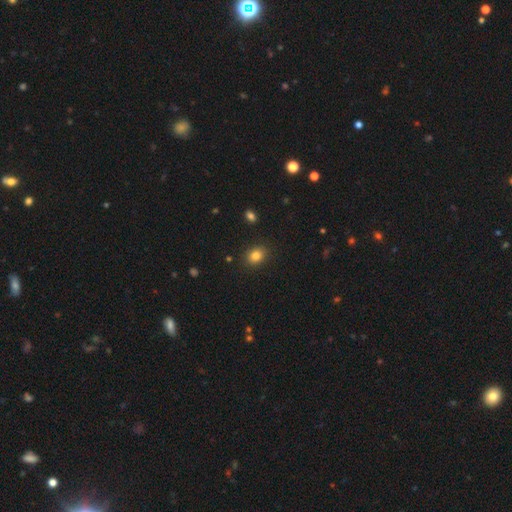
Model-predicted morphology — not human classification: Overall: smooth (83%). How rounded: in between (50%; round 49%). Merging: none (88%).